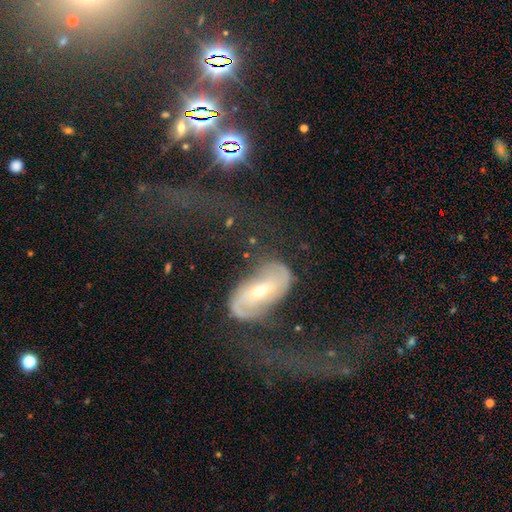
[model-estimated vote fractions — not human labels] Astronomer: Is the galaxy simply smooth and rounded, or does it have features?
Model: featured or disk — 77%.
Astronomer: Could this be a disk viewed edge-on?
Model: no — 93%.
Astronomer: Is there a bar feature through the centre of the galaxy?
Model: no — 36% (runner-up: weak, 32%).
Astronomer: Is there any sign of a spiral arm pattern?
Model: yes — 84%.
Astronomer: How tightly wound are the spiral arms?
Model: loose — 70%.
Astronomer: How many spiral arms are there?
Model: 2 — 90%.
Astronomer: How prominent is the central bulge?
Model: moderate — 47% (runner-up: small, 44%).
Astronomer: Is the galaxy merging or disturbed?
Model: none — 47% (runner-up: major disturbance, 34%).